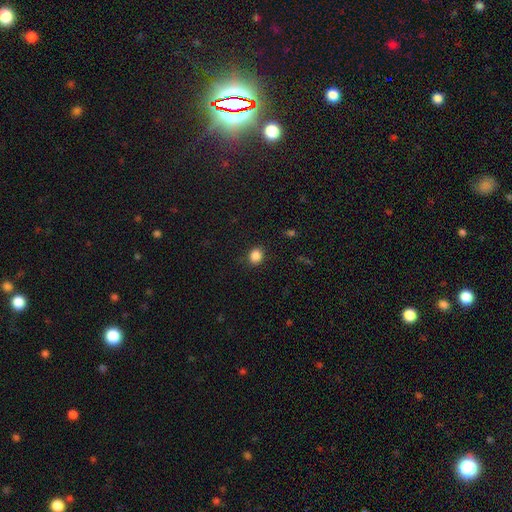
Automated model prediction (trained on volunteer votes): The model was most divided on "how rounded": round: 66%, in between: 33%, cigar-shaped: 1%. More confident: merging — none (87%); smooth or featured — smooth (86%).